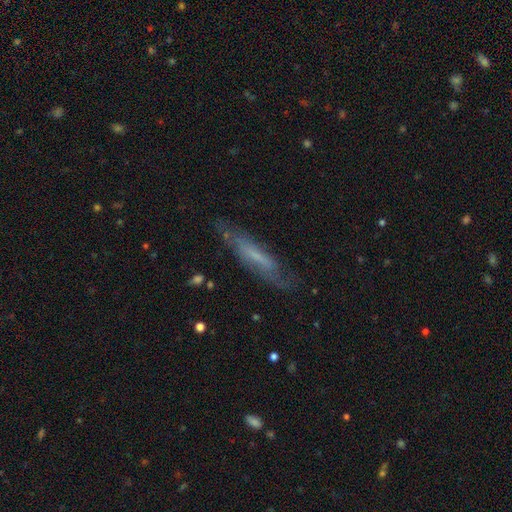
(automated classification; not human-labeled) featured or disk 59%, smooth 33%, star or artifact 8%. Down the decision tree: edge-on disk — yes (51%); merging — none (69%).